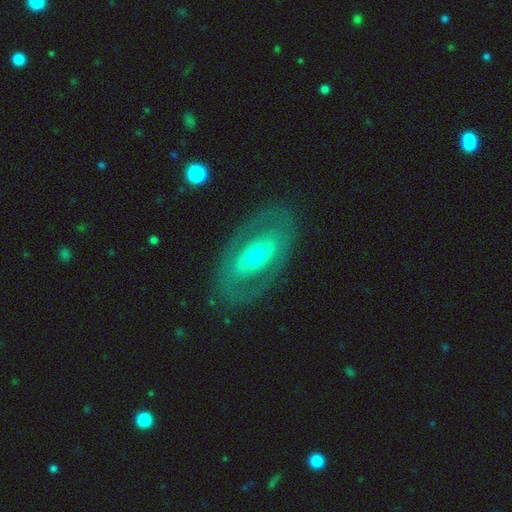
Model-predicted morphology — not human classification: Smooth or featured? featured or disk (65%)
Edge-on disk? no (89%)
Bar? no (62%)
Spiral arms? no (75%)
Bulge size? moderate (57%)
Merging? none (81%)